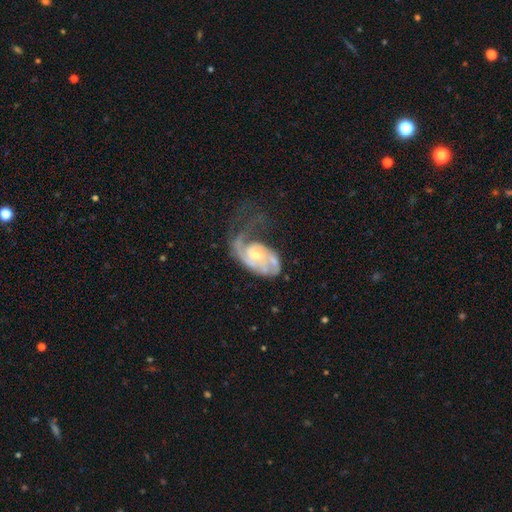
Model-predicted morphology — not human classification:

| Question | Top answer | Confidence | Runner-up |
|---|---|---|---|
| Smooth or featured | featured or disk | 84% | smooth (11%) |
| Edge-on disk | no | 97% | yes (3%) |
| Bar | no | 69% | weak (26%) |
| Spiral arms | yes | 93% | no (7%) |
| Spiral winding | medium | 39% | tight (38%) |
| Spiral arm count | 1 | 38% | 2 (36%) |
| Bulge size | moderate | 54% | small (39%) |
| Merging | major disturbance | 47% | none (26%) |